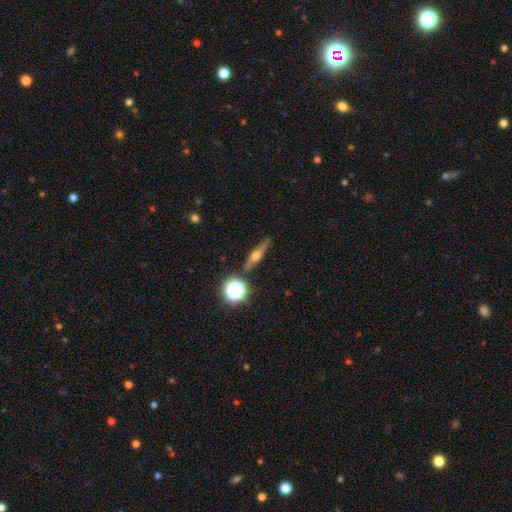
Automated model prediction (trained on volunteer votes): featured or disk 53%, smooth 34%, star or artifact 13%. Down the decision tree: edge-on disk — yes (90%); merging — none (83%).